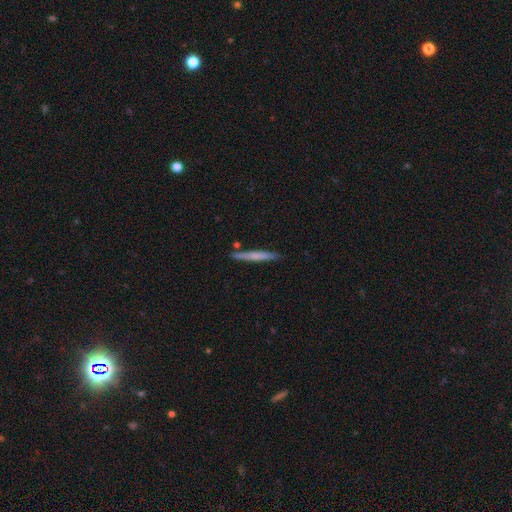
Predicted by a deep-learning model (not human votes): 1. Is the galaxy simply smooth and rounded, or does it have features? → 59% smooth, 35% featured or disk, 6% star or artifact.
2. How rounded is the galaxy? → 96% cigar-shaped, 3% in between, 1% round.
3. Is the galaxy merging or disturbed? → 86% none, 9% minor disturbance, 3% merger, 2% major disturbance.